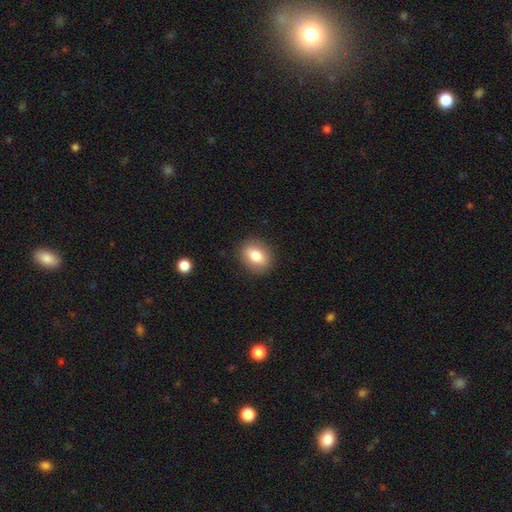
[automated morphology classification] Smooth or featured? smooth (79%)
How rounded? in between (59%)
Merging? none (88%)